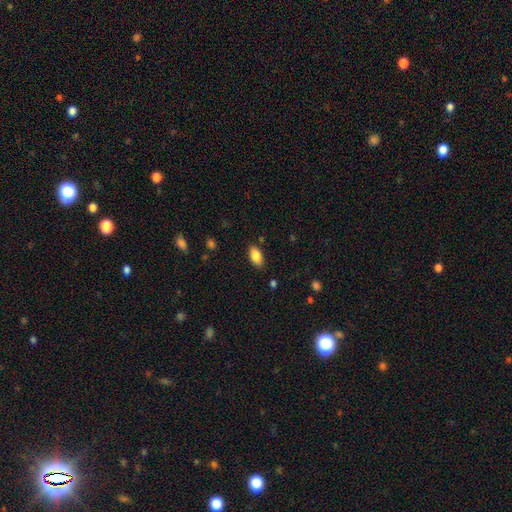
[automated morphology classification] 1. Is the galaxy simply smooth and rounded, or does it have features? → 86% smooth, 7% star or artifact, 7% featured or disk.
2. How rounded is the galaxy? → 92% in between, 4% cigar-shaped, 3% round.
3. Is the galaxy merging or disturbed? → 86% none, 10% minor disturbance, 2% major disturbance, 1% merger.